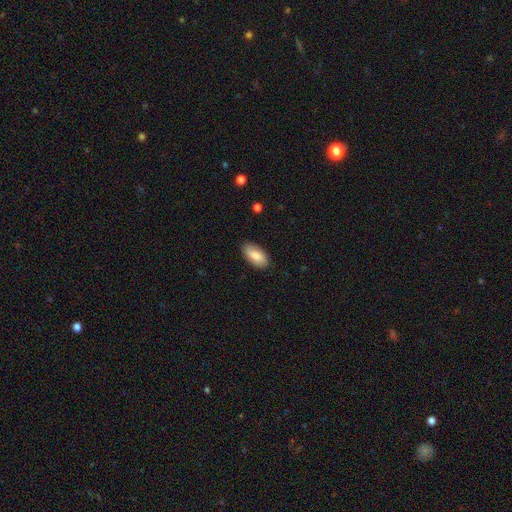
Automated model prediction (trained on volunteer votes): Overall: smooth (84%). How rounded: in between (92%). Merging: none (85%).